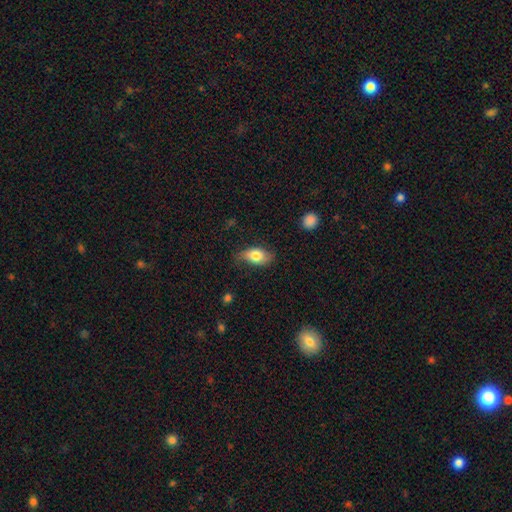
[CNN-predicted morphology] Smooth or featured?
  - smooth: 76% *
  - featured or disk: 17%
  - star or artifact: 7%
How rounded?
  - in between: 89% *
  - round: 8%
  - cigar-shaped: 4%
Merging?
  - none: 68% *
  - minor disturbance: 25%
  - major disturbance: 6%
  - merger: 1%